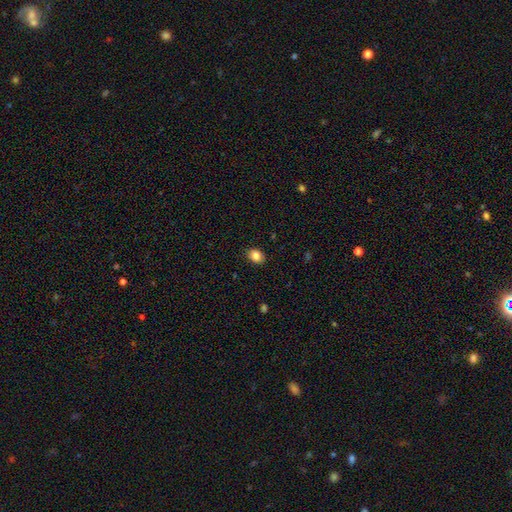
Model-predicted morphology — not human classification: Smooth or featured? Predicted: smooth (p=0.85). How rounded? Predicted: in between (p=0.61). Merging? Predicted: none (p=0.89).